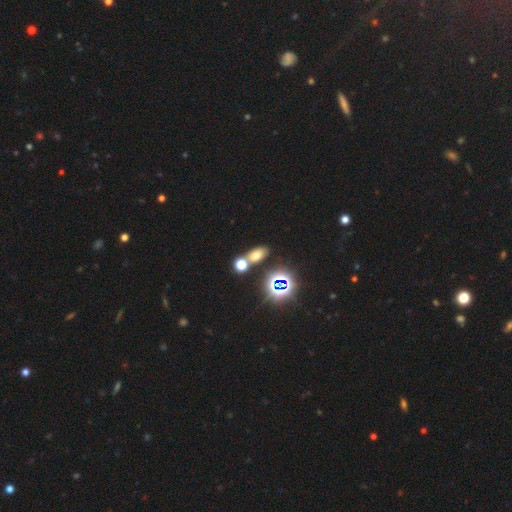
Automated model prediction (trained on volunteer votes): A smooth galaxy with no disk features (56%) that is in between round and cigar-shaped (75%). Merging: none (64%).